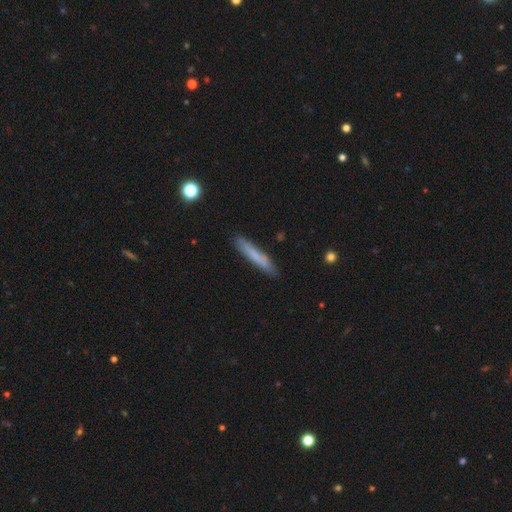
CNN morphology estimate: Smooth or featured? Predicted: smooth (p=0.74). How rounded? Predicted: cigar-shaped (p=0.93). Merging? Predicted: none (p=0.87).